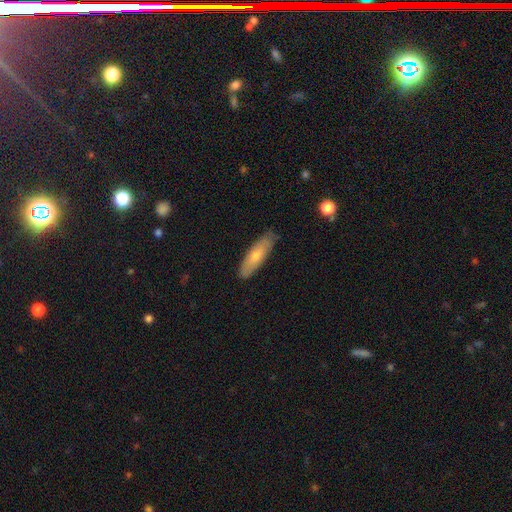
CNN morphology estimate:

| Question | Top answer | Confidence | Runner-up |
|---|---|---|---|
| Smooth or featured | smooth | 62% | featured or disk (31%) |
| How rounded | cigar-shaped | 61% | in between (37%) |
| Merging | none | 82% | minor disturbance (15%) |